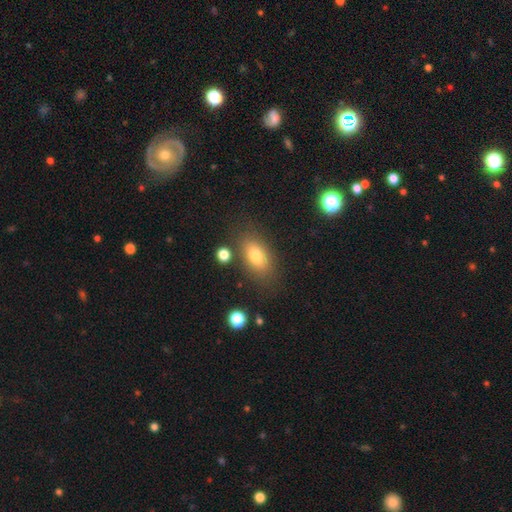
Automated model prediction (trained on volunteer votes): A smooth galaxy with no disk features (77%) that is in between round and cigar-shaped (86%).

Vote fractions:
- Smooth or featured? smooth: 77% / featured or disk: 14% / star or artifact: 9%
- How rounded? in between: 86% / round: 9% / cigar-shaped: 5%
- Merging? none: 77% / minor disturbance: 13% / major disturbance: 5% / merger: 5%